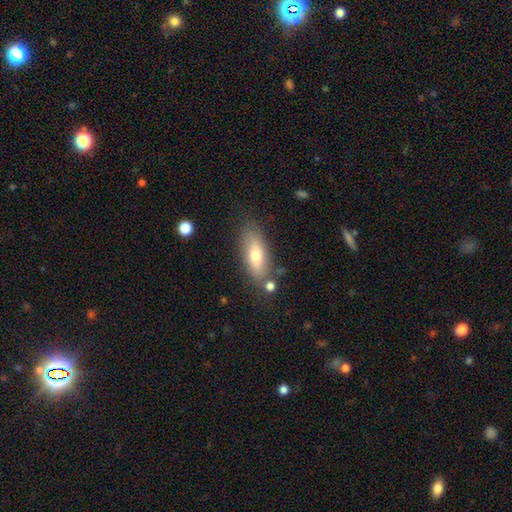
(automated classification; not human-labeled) Overall: smooth (68%). How rounded: in between (72%). Merging: none (75%).